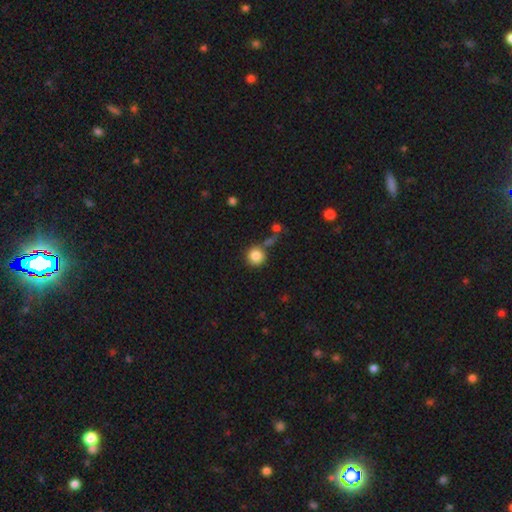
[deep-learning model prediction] Smooth or featured?
  - smooth: 85% *
  - star or artifact: 10%
  - featured or disk: 6%
How rounded?
  - round: 94% *
  - in between: 5%
  - cigar-shaped: 1%
Merging?
  - none: 74% *
  - merger: 11%
  - minor disturbance: 10%
  - major disturbance: 4%